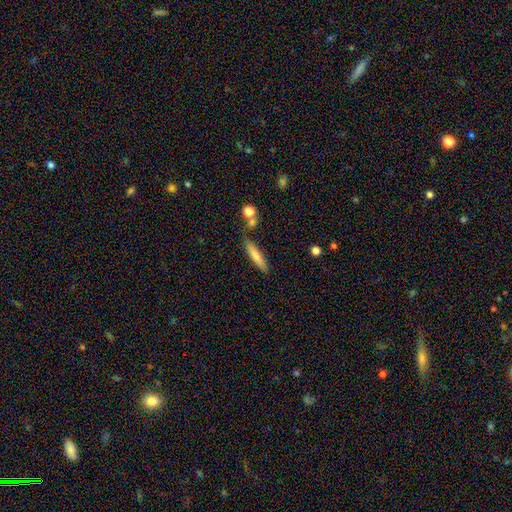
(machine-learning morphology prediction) Overall: smooth (75%). How rounded: cigar-shaped (87%). Merging: none (79%).